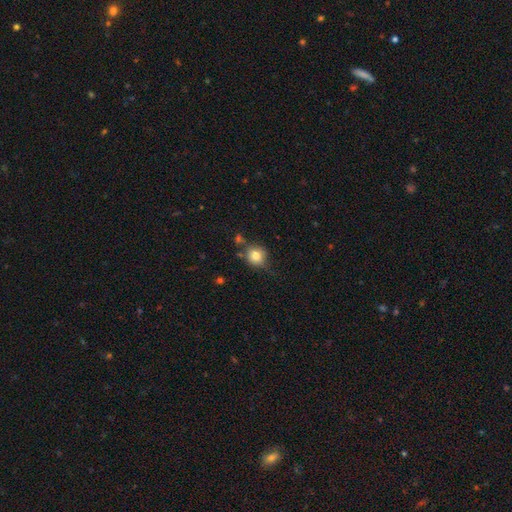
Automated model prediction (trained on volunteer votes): Q: Smooth or featured?
A: smooth (76%); runner-up: featured or disk (13%)
Q: How rounded?
A: round (85%); runner-up: in between (14%)
Q: Merging?
A: none (61%); runner-up: minor disturbance (23%)